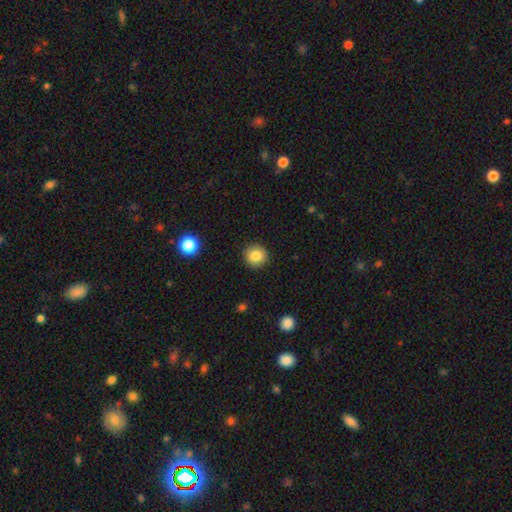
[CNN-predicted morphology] The model was most divided on "smooth or featured": smooth: 84%, star or artifact: 10%, featured or disk: 6%. More confident: how rounded — round (93%); merging — none (91%).